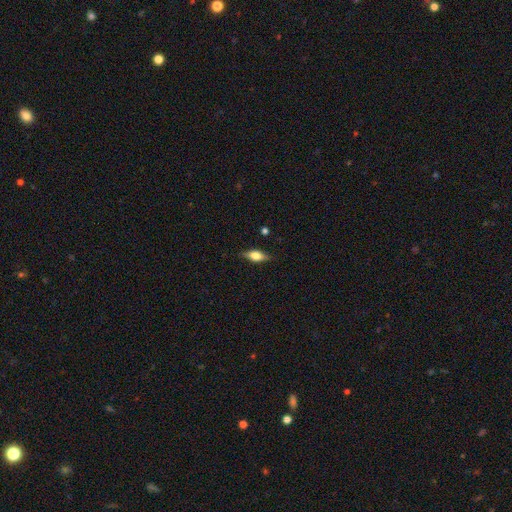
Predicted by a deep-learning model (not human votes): The model was most divided on "smooth or featured": smooth: 51%, featured or disk: 42%, star or artifact: 8%. More confident: merging — none (83%); how rounded — in between (70%).